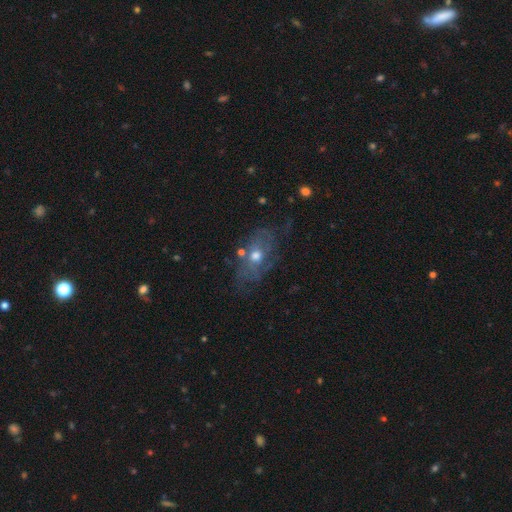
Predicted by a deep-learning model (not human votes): A featured or disk galaxy (58%) with no bar (84%), no spiral arms (51%) and a moderate central bulge (73%).

Vote fractions:
- Smooth or featured? featured or disk: 58% / smooth: 31% / star or artifact: 11%
- Edge-on disk? no: 91% / yes: 9%
- Bar? no: 84% / weak: 13% / strong: 3%
- Spiral arms? no: 51% / yes: 49%
- Bulge size? moderate: 73% / small: 17% / large: 7% / none: 1% / dominant: 1%
- Merging? none: 53% / minor disturbance: 24% / major disturbance: 19% / merger: 4%